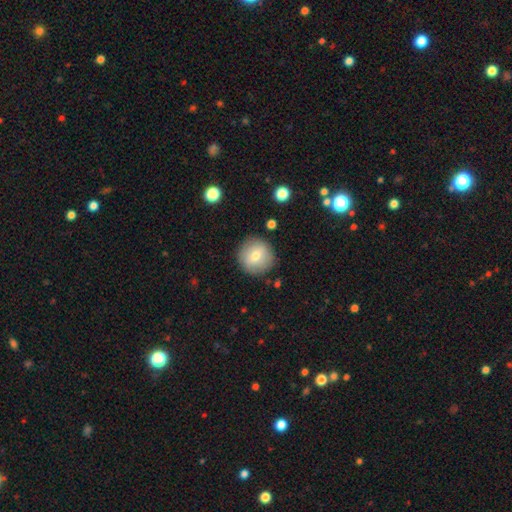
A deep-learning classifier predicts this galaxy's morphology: Smooth or featured?
  - smooth: 70% *
  - featured or disk: 21%
  - star or artifact: 9%
How rounded?
  - round: 94% *
  - in between: 5%
  - cigar-shaped: 1%
Merging?
  - none: 87% *
  - minor disturbance: 9%
  - major disturbance: 3%
  - merger: 2%